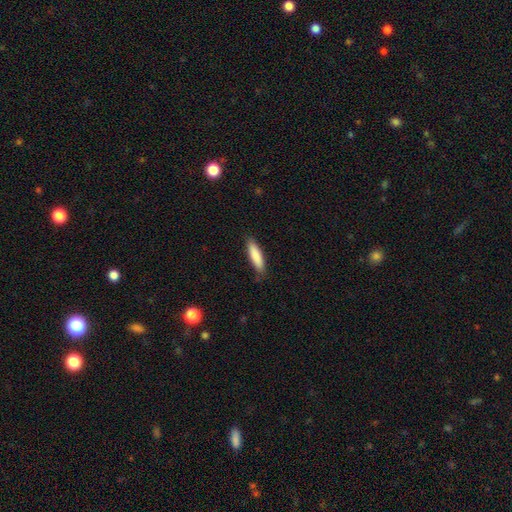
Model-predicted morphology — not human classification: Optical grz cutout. It shows a smooth galaxy with no disk features (85%) that is cigar-shaped (71%). Merging: none (83%).